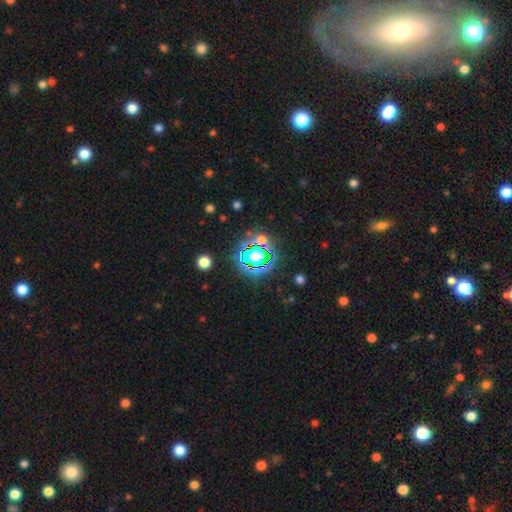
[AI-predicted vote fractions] The model was most divided on "smooth or featured": star or artifact: 61%, smooth: 25%, featured or disk: 13%.